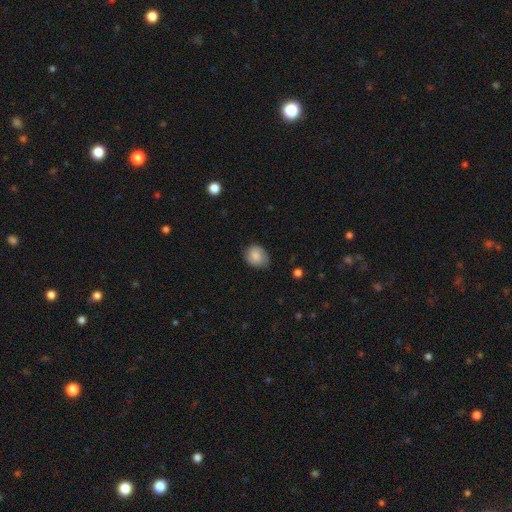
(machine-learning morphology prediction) Smooth or featured? smooth (82%)
How rounded? in between (54%)
Merging? none (71%)